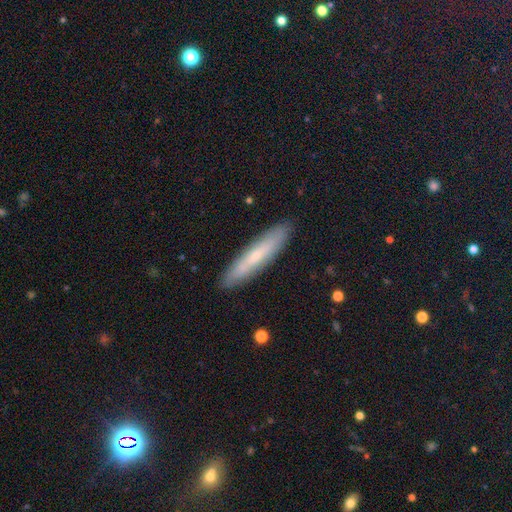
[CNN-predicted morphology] Smooth or featured?
  - smooth: 58% *
  - featured or disk: 36%
  - star or artifact: 7%
How rounded?
  - cigar-shaped: 88% *
  - in between: 10%
  - round: 1%
Merging?
  - none: 89% *
  - minor disturbance: 8%
  - major disturbance: 2%
  - merger: 1%